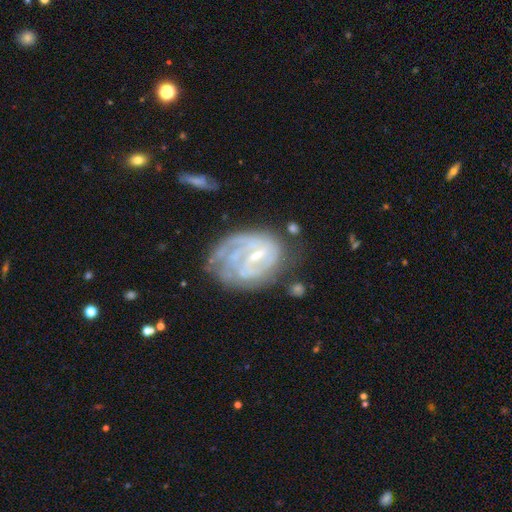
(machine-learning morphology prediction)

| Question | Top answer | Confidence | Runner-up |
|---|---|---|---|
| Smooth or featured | featured or disk | 79% | smooth (13%) |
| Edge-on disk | no | 97% | yes (3%) |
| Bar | weak | 53% | strong (26%) |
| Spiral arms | yes | 83% | no (17%) |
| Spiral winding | tight | 58% | medium (30%) |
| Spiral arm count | can't tell | 44% | 2 (25%) |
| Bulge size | small | 54% | moderate (27%) |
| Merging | none | 47% | minor disturbance (26%) |